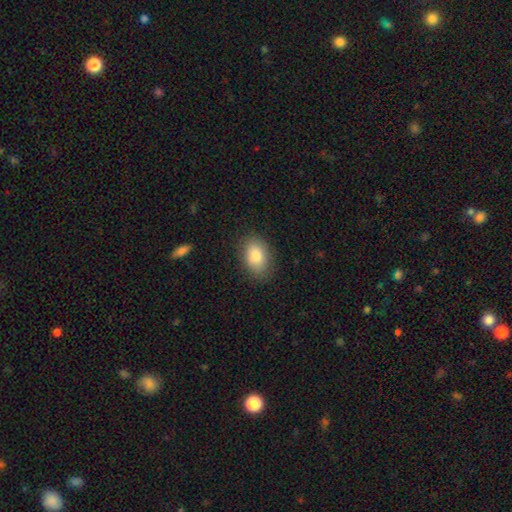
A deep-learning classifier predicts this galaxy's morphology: Overall: smooth (82%). How rounded: in between (85%). Merging: none (84%).